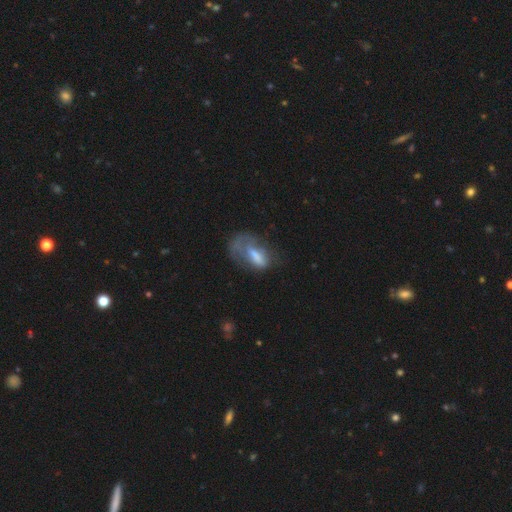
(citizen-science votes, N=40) Volunteers were most divided on "bar" (2-way tie): strong: 35%, no: 35%, weak: 30%; "spiral winding" (2-way tie): tight: 36%, loose: 36%, medium: 27%. Remaining: edge-on disk — no (95%); spiral arms — yes (55%); merging — major disturbance (53%); smooth or featured — featured or disk (52%); spiral arm count — can't tell (45%); bulge size — large (30%).